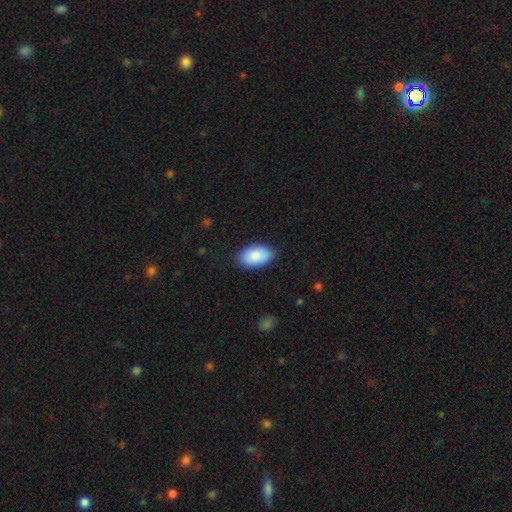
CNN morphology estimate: The model was most divided on "merging": none: 82%, minor disturbance: 14%, major disturbance: 3%, merger: 1%. More confident: how rounded — in between (94%); smooth or featured — smooth (86%).